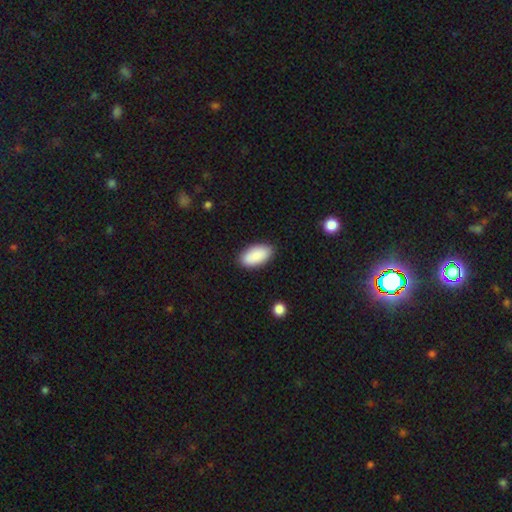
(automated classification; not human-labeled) This appears to be a smooth galaxy with no disk features (90%) that is in between round and cigar-shaped (95%). Merging: none (87%).